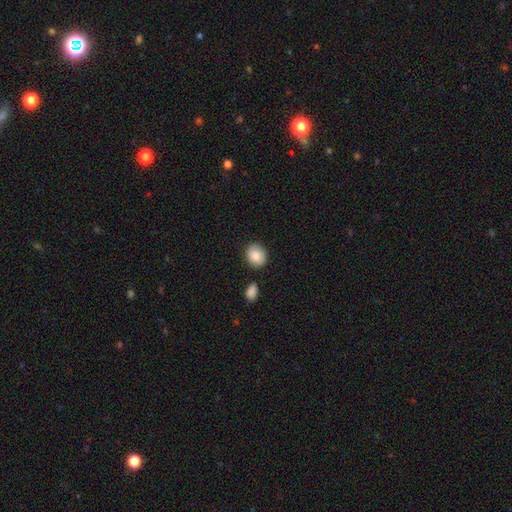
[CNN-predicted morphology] smooth_or_featured: smooth (p=0.88) [alt: star or artifact p=0.07]
how_rounded: round (p=0.53) [alt: in between p=0.46]
merging: none (p=0.78) [alt: minor disturbance p=0.13]